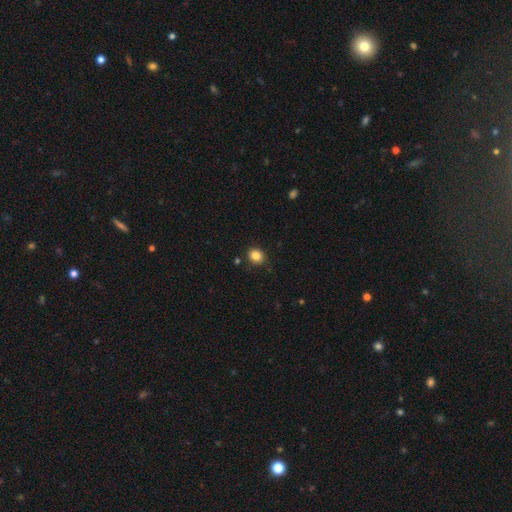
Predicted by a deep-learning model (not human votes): The model was most divided on "how rounded": round: 72%, in between: 27%, cigar-shaped: 1%. More confident: merging — none (88%); smooth or featured — smooth (85%).